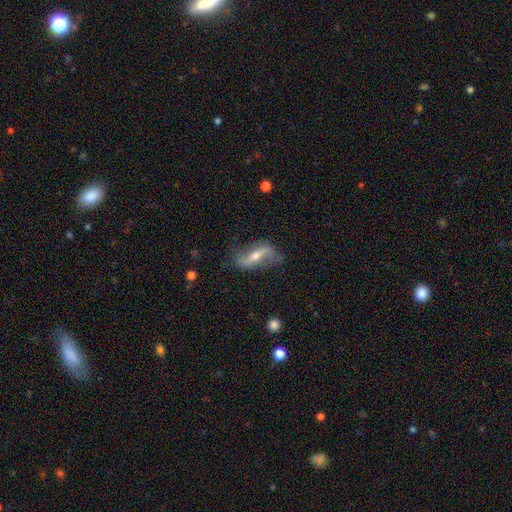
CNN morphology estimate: Smooth or featured? featured or disk (77%)
Edge-on disk? no (83%)
Bar? strong (51%)
Spiral arms? yes (86%)
Spiral winding? loose (84%)
Spiral arm count? 2 (91%)
Bulge size? moderate (55%)
Merging? none (73%)